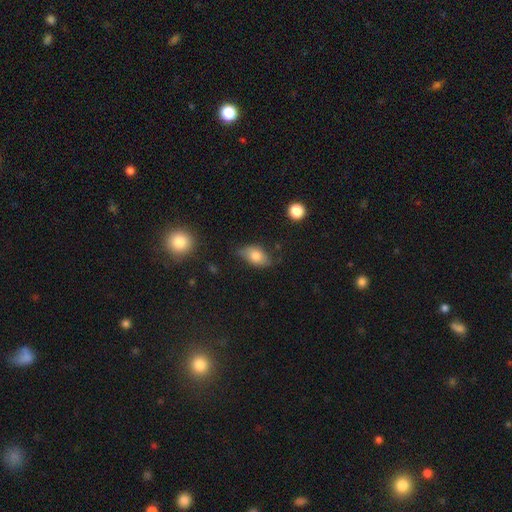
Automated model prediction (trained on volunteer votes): Overall: smooth (72%). How rounded: in between (87%). Merging: none (64%; minor disturbance 27%).